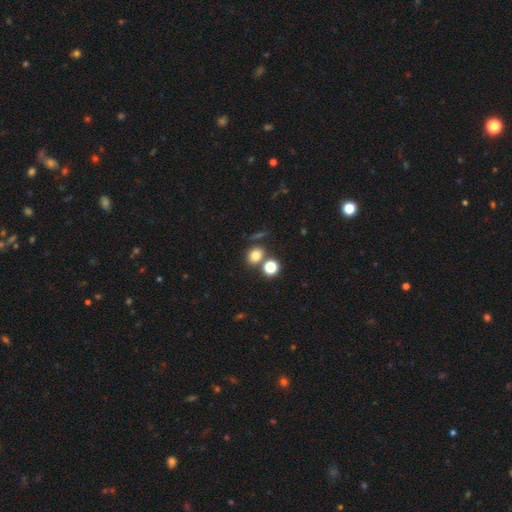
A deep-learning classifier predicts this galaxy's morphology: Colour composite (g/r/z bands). It shows a smooth galaxy with no disk features (78%) that is round (62%). Merging: none (66%).